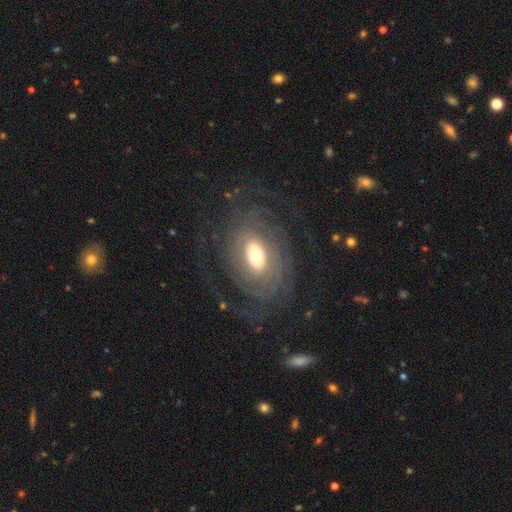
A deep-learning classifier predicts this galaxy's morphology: Smooth or featured? featured or disk (82%)
Edge-on disk? no (96%)
Bar? no (68%)
Spiral arms? yes (89%)
Spiral winding? tight (67%)
Spiral arm count? can't tell (43%)
Bulge size? moderate (48%)
Merging? none (69%)